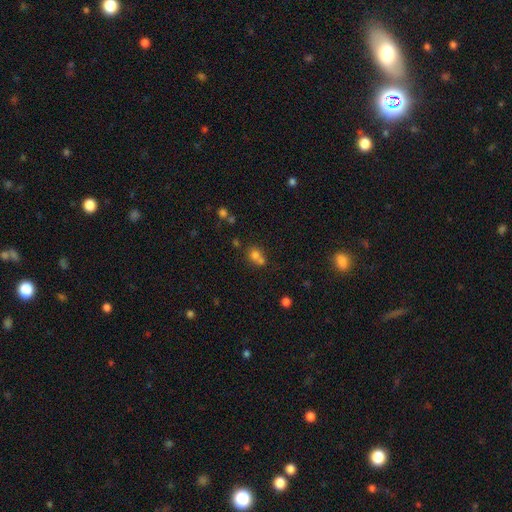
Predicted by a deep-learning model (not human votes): Smooth or featured? Predicted: smooth (p=0.72). How rounded? Predicted: round (p=0.75). Merging? Predicted: merger (p=0.52).